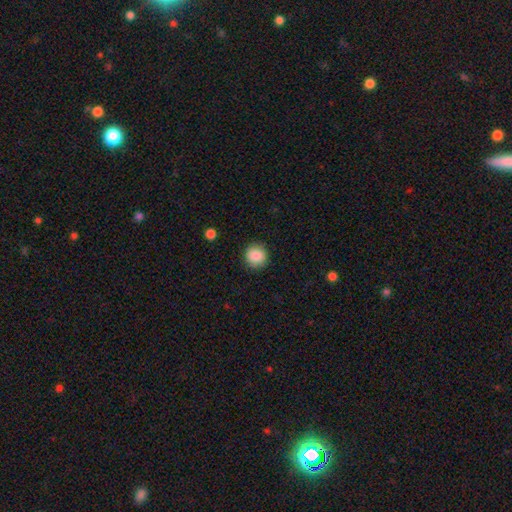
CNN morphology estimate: The model was most divided on "smooth or featured": smooth: 88%, star or artifact: 8%, featured or disk: 4%. More confident: how rounded — round (91%); merging — none (90%).